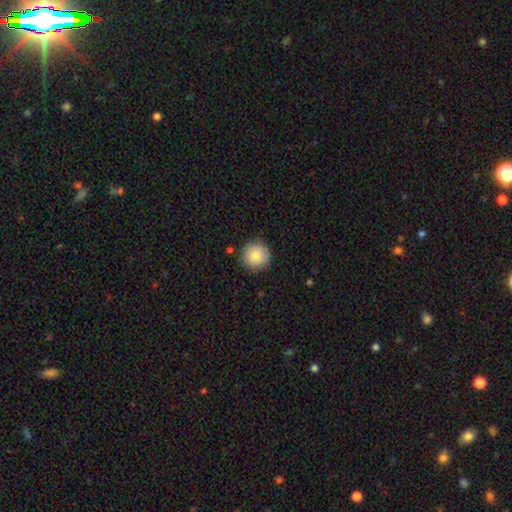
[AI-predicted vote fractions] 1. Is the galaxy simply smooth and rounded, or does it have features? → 83% smooth, 9% featured or disk, 8% star or artifact.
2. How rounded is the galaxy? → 96% round, 3% in between, 1% cigar-shaped.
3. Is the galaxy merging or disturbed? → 89% none, 7% minor disturbance, 2% major disturbance, 2% merger.